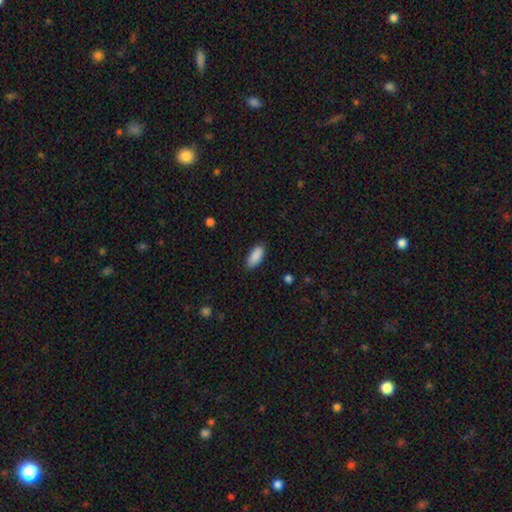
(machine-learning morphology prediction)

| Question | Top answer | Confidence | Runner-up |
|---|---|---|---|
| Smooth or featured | smooth | 90% | star or artifact (6%) |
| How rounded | in between | 85% | cigar-shaped (13%) |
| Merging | none | 86% | minor disturbance (11%) |